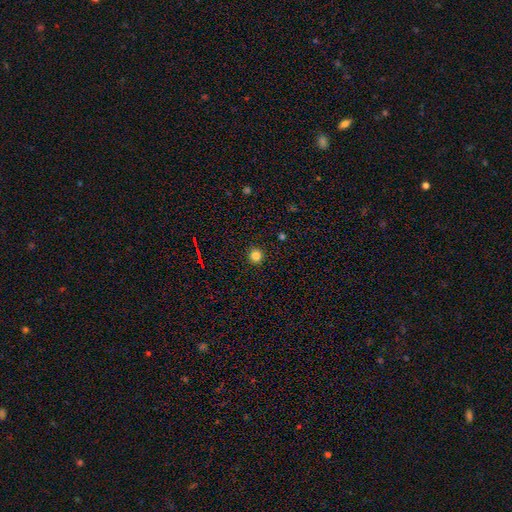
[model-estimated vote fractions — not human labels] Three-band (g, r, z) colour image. It shows a smooth galaxy with no disk features (82%) that is round (95%). Merging: none (93%).